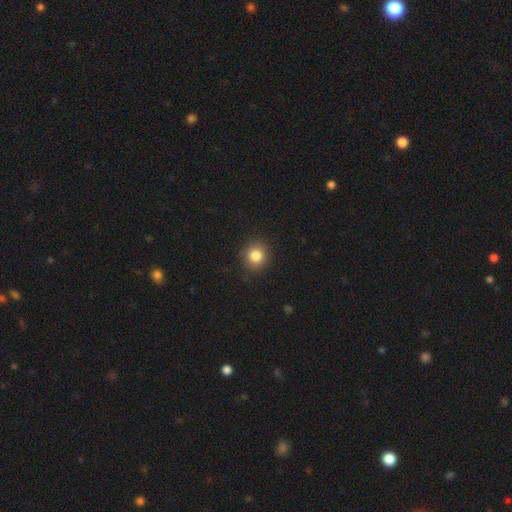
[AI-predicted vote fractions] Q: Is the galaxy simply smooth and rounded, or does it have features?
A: smooth — 83%.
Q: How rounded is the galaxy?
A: round — 86%.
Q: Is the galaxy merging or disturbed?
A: none — 90%.